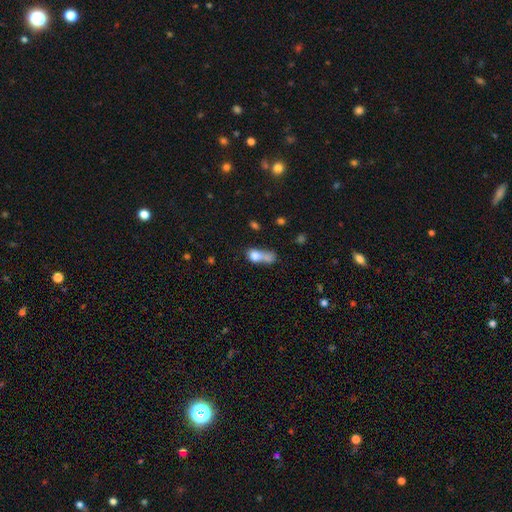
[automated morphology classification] Smooth or featured?
  - smooth: 73% *
  - featured or disk: 16%
  - star or artifact: 11%
How rounded?
  - in between: 52% *
  - round: 39%
  - cigar-shaped: 10%
Merging?
  - merger: 60% *
  - none: 18%
  - major disturbance: 12%
  - minor disturbance: 10%